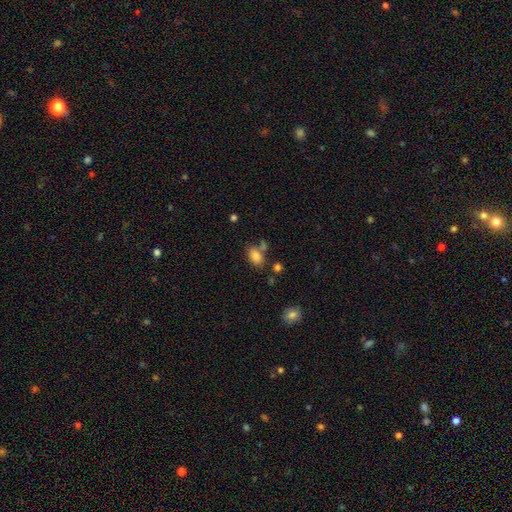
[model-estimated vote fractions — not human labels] The model was most divided on "merging": none: 58%, merger: 20%, minor disturbance: 16%, major disturbance: 6%. More confident: how rounded — in between (87%); smooth or featured — smooth (84%).